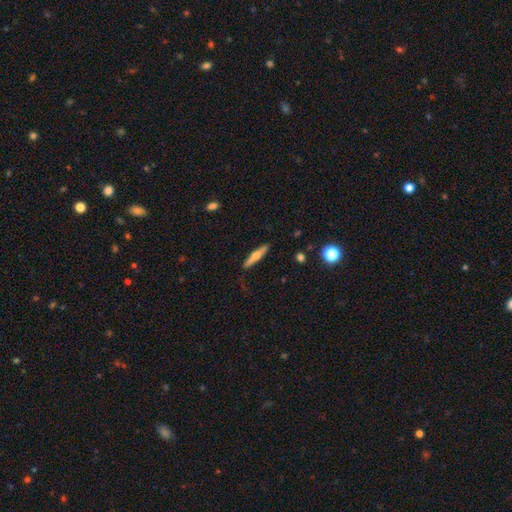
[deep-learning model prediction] Smooth or featured: featured or disk — 53% (smooth — 41%)
Edge-on disk: yes — 95% (no — 5%)
Edge-on bulge: rounded — 90% (none — 7%)
Merging: none — 88% (minor disturbance — 9%)